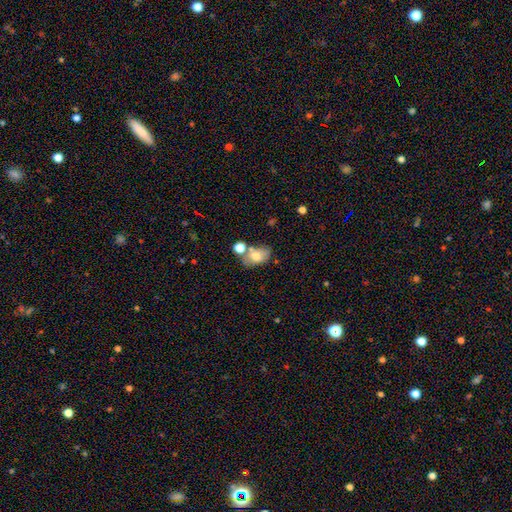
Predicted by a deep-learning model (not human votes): Smooth or featured? smooth (67%)
How rounded? in between (82%)
Merging? none (49%)